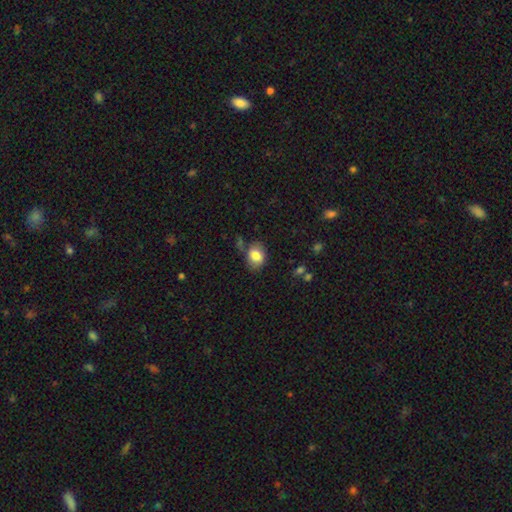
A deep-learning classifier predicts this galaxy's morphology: Q: Smooth or featured?
A: smooth (81%); runner-up: featured or disk (11%)
Q: How rounded?
A: in between (59%); runner-up: round (40%)
Q: Merging?
A: none (68%); runner-up: minor disturbance (20%)